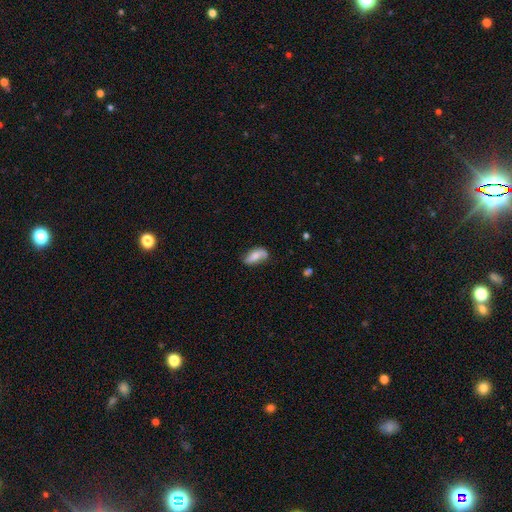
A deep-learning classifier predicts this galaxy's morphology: A smooth galaxy with no disk features (57%) that is in between round and cigar-shaped (87%). Merging: none (64%).